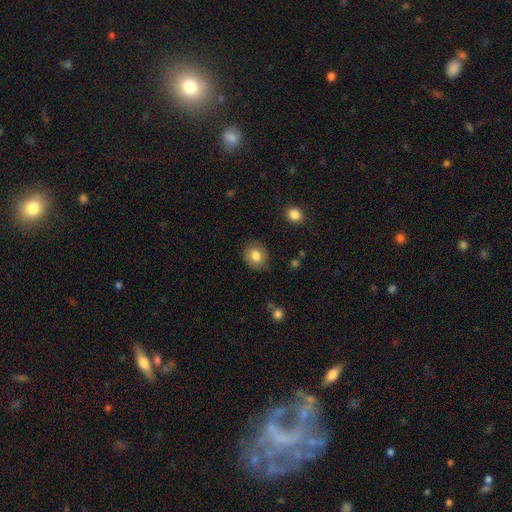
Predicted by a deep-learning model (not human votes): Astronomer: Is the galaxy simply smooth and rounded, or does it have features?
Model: smooth — 82%.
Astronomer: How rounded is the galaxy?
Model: round — 74%.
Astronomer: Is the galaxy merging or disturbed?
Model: none — 83%.